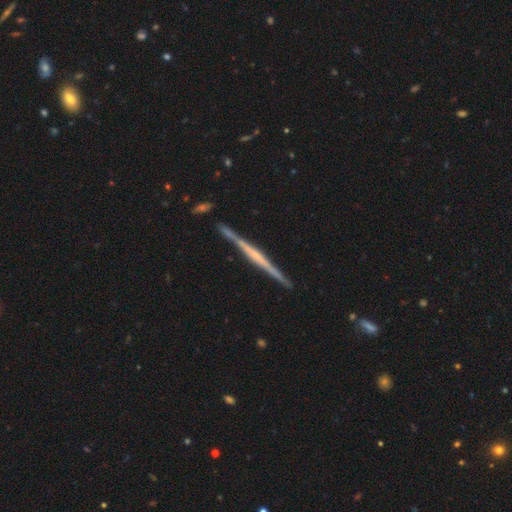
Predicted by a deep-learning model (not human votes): This appears to be a featured or disk galaxy (78%) viewed edge-on (98%) with no central bulge (49%). Merging: none (87%).